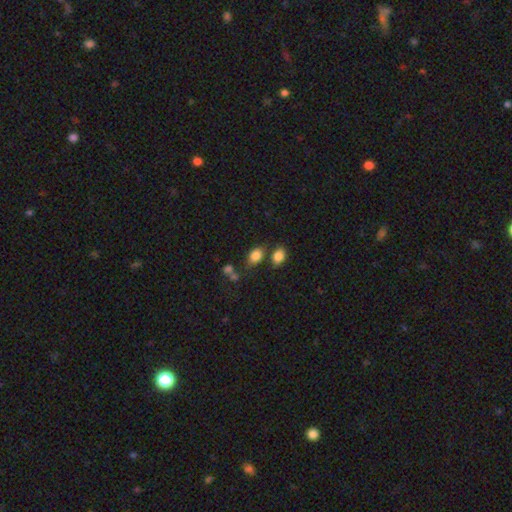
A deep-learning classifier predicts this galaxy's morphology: This is clearly a smooth galaxy (82%). How rounded: likely in between (79%). Merging: likely none (62%).